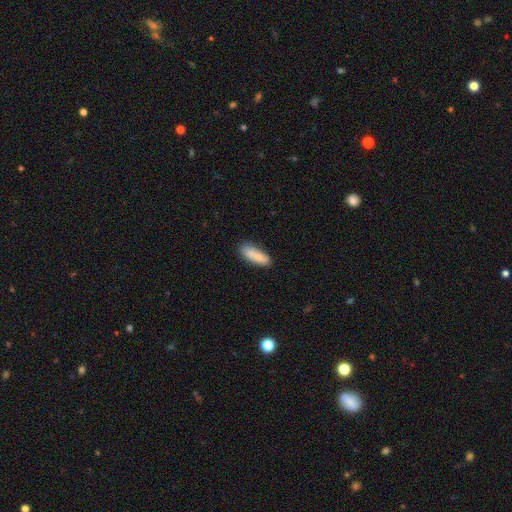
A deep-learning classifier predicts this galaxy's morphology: Smooth or featured?
  - smooth: 81% *
  - featured or disk: 12%
  - star or artifact: 7%
How rounded?
  - in between: 60% *
  - cigar-shaped: 38%
  - round: 2%
Merging?
  - none: 75% *
  - minor disturbance: 17%
  - merger: 5%
  - major disturbance: 3%